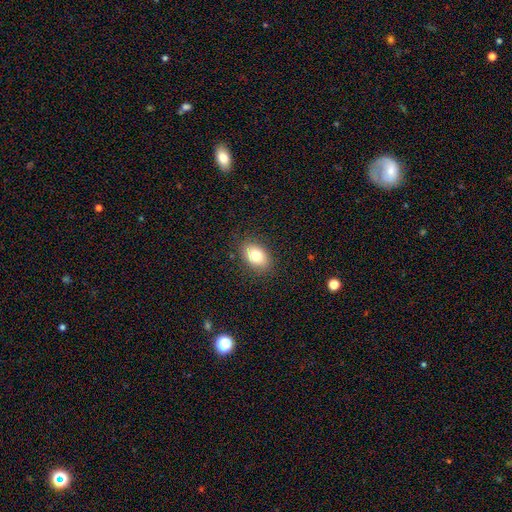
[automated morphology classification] Q: Smooth or featured?
A: smooth (80%); runner-up: featured or disk (11%)
Q: How rounded?
A: in between (84%); runner-up: round (15%)
Q: Merging?
A: none (86%); runner-up: minor disturbance (10%)